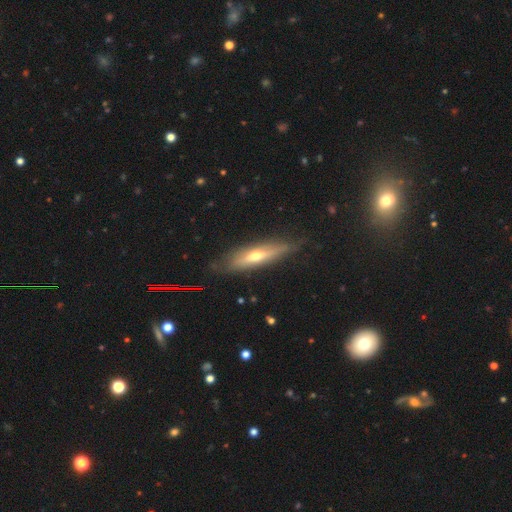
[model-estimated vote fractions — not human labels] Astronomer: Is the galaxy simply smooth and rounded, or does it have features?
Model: featured or disk — 54% (runner-up: smooth, 40%).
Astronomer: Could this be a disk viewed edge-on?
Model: yes — 79%.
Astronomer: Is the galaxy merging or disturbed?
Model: none — 75%.